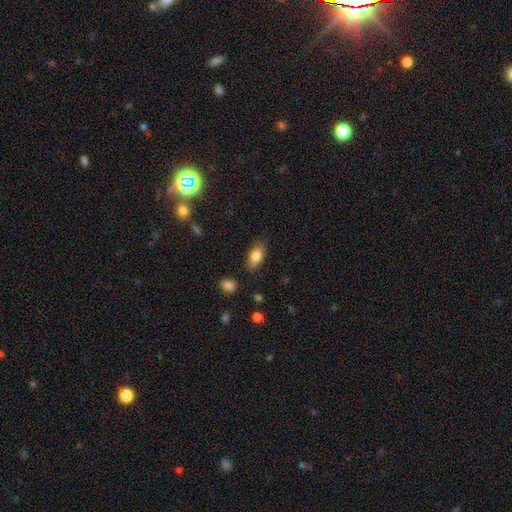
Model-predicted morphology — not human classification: This is likely a smooth galaxy (80%). How rounded: clearly in between (86%). Merging: clearly none (80%).